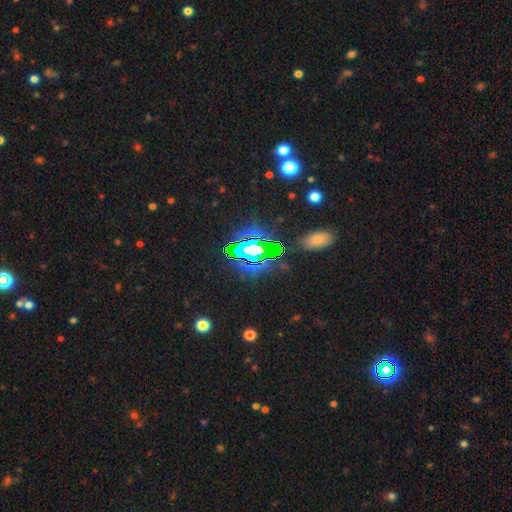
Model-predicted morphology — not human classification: star or artifact 77%, smooth 11%, featured or disk 11%.